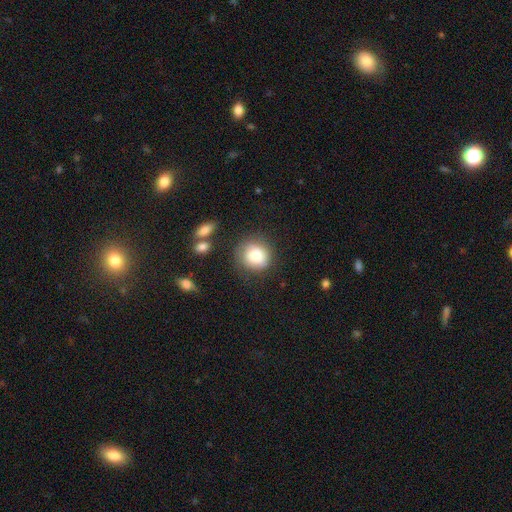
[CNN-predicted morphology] This is clearly a smooth galaxy (83%). How rounded: clearly round (85%). Merging: likely none (70%).